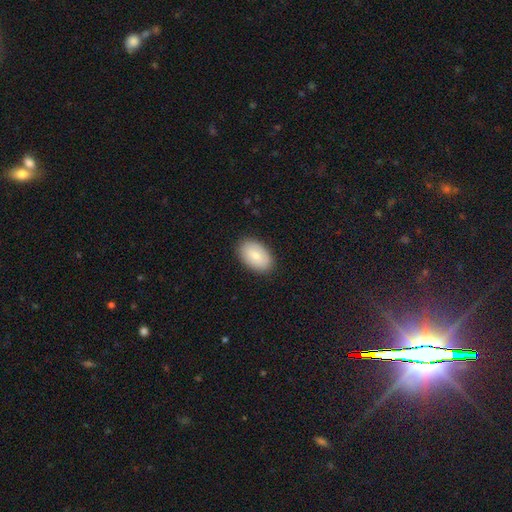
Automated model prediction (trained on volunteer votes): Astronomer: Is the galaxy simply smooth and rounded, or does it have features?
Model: smooth — 78%.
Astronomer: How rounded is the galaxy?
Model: in between — 93%.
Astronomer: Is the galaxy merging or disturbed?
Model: none — 88%.